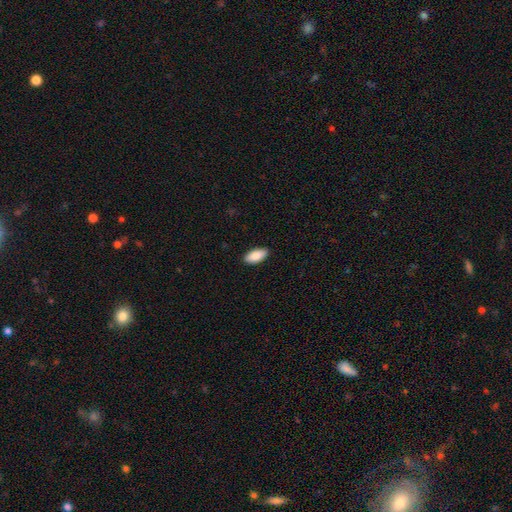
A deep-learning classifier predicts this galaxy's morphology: Smooth or featured? Predicted: smooth (p=0.87). How rounded? Predicted: in between (p=0.89). Merging? Predicted: none (p=0.90).